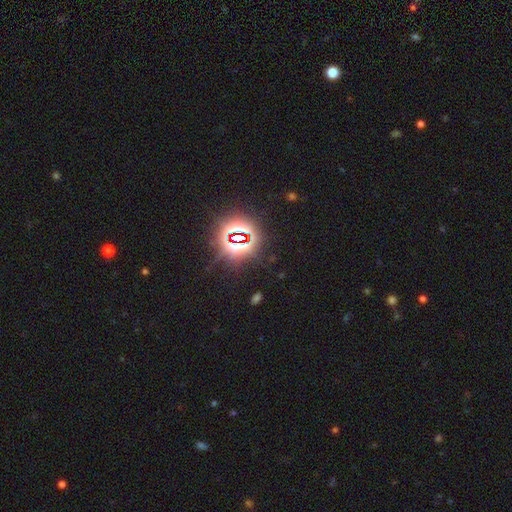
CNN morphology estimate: Smooth or featured?
  - star or artifact: 86% *
  - smooth: 9%
  - featured or disk: 5%